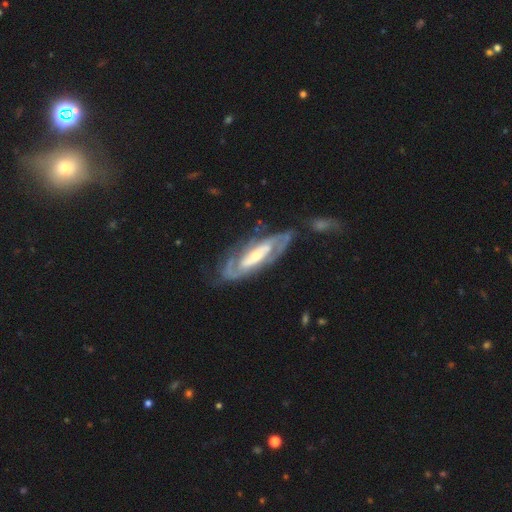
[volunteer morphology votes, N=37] smooth-or-featured: featured or disk: 92% | star or artifact: 5% | smooth: 3%
  disk-edge-on: no: 88% | yes: 12%
    bar: no: 57% | weak: 27% | strong: 17%
    has-spiral-arms: yes: 90% | no: 10%
      spiral-winding: tight: 63% | medium: 33% | loose: 4%
      spiral-arm-count: 2: 63% | can't tell: 22% | 3: 11% | 1: 4% | 4: 0% | more than 4: 0%
    bulge-size: small: 57% | moderate: 30% | large: 10% | dominant: 3% | none: 0%
  merging: none: 66% | minor disturbance: 20% | major disturbance: 9% | merger: 6%